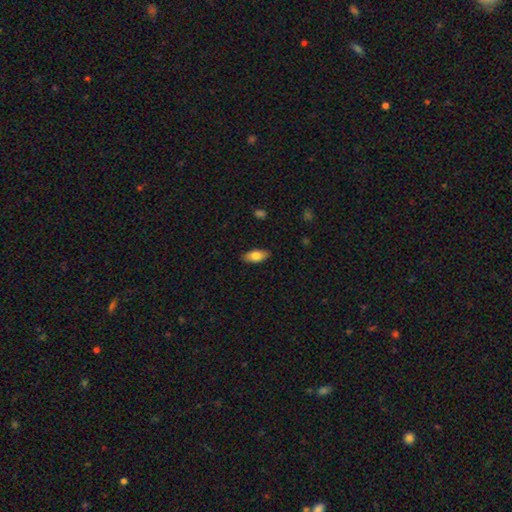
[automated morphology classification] This is likely a smooth galaxy (79%). How rounded: clearly in between (89%). Merging: clearly none (87%).